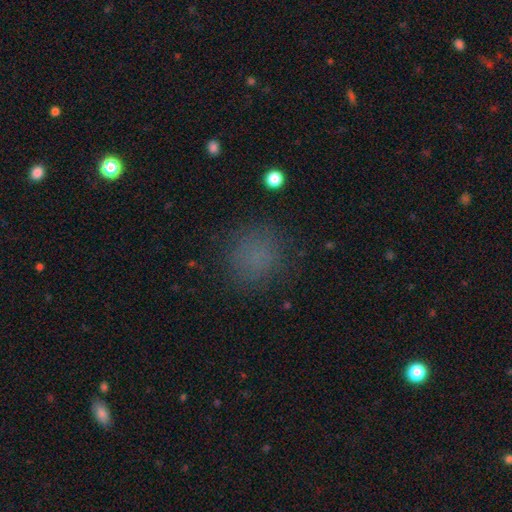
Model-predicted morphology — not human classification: Smooth or featured? smooth (74%)
How rounded? round (86%)
Merging? none (83%)